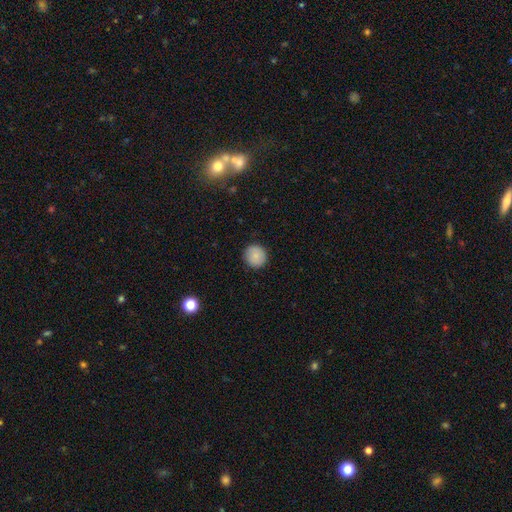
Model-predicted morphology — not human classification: Q: Smooth or featured?
A: smooth (80%); runner-up: featured or disk (12%)
Q: How rounded?
A: round (93%); runner-up: in between (6%)
Q: Merging?
A: none (89%); runner-up: minor disturbance (8%)